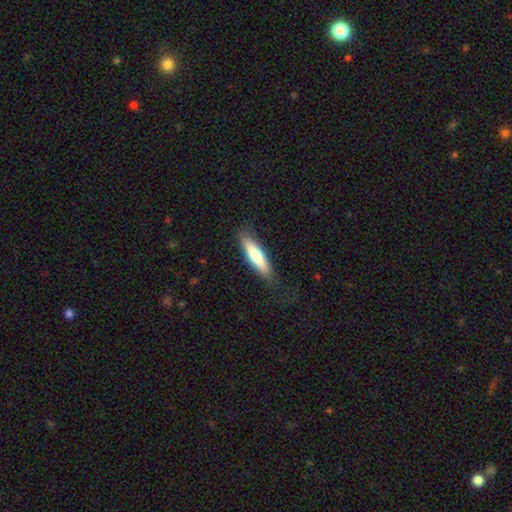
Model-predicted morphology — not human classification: A smooth galaxy with no disk features (70%) that is cigar-shaped (67%). Merging: none (76%).